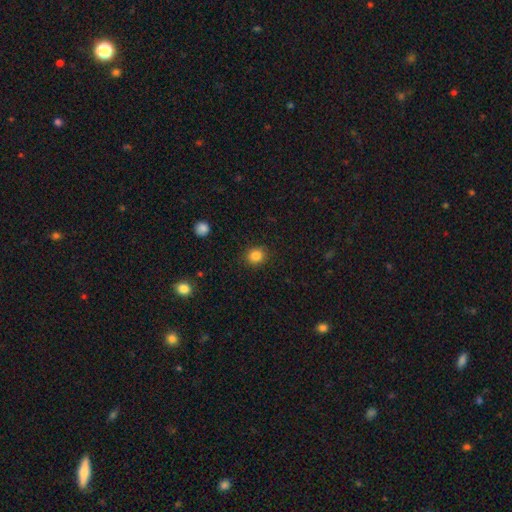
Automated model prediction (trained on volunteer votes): A smooth galaxy with no disk features (85%) that is round (81%).

Vote fractions:
- Smooth or featured? smooth: 85% / star or artifact: 11% / featured or disk: 4%
- How rounded? round: 81% / in between: 18% / cigar-shaped: 1%
- Merging? none: 90% / minor disturbance: 7% / major disturbance: 2% / merger: 1%